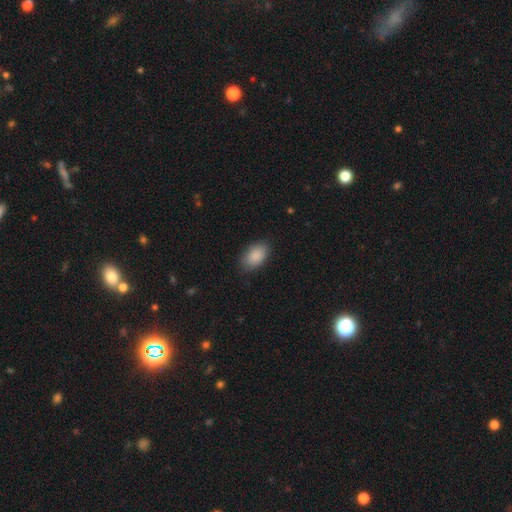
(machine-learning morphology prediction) Smooth or featured: smooth — 89% (star or artifact — 6%)
How rounded: in between — 92% (round — 7%)
Merging: none — 84% (minor disturbance — 12%)